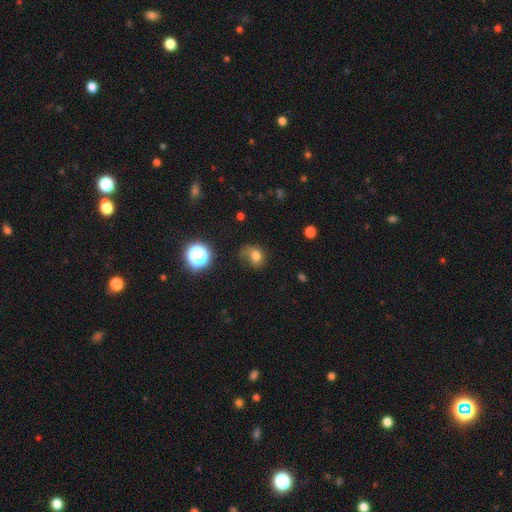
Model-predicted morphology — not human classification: Smooth or featured: smooth — 73% (star or artifact — 15%)
How rounded: round — 63% (in between — 36%)
Merging: none — 47% (minor disturbance — 28%)